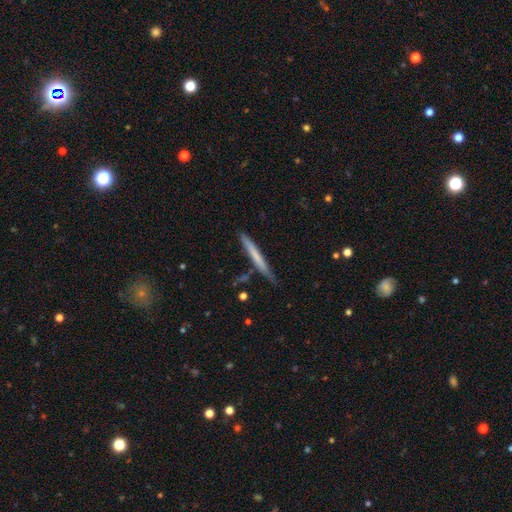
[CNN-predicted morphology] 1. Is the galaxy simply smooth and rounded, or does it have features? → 58% smooth, 36% featured or disk, 5% star or artifact.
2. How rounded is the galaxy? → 97% cigar-shaped, 2% in between, 1% round.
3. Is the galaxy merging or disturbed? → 78% none, 16% minor disturbance, 3% merger, 3% major disturbance.